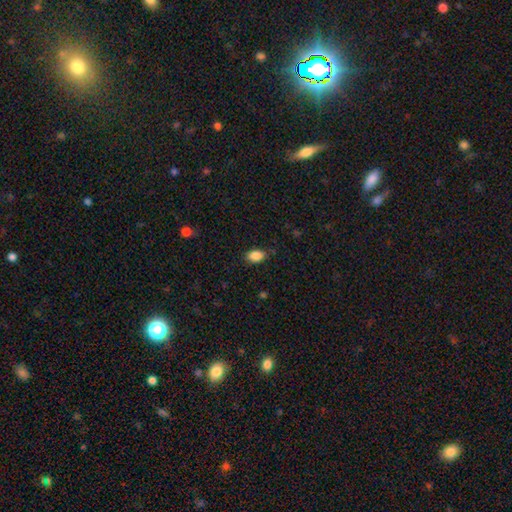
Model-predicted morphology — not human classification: Overall: smooth (88%). How rounded: in between (90%). Merging: none (82%).